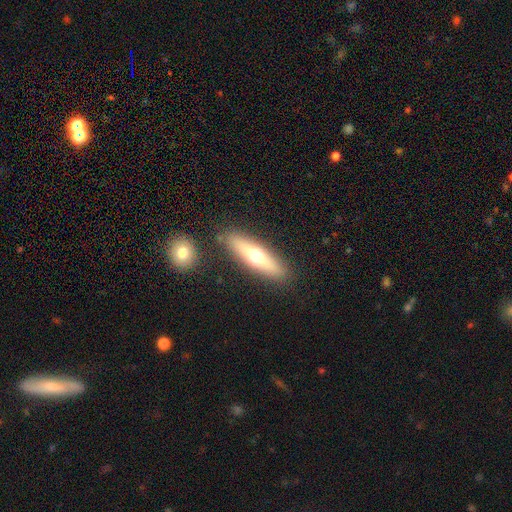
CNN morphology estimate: type=smooth (51%); roundness=cigar-shaped (71%); merging=none (85%).